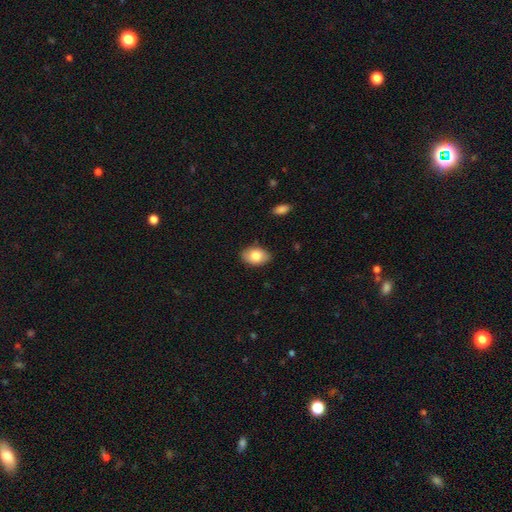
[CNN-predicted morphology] Smooth or featured: smooth — 82% (featured or disk — 11%)
How rounded: in between — 88% (round — 11%)
Merging: none — 86% (minor disturbance — 11%)